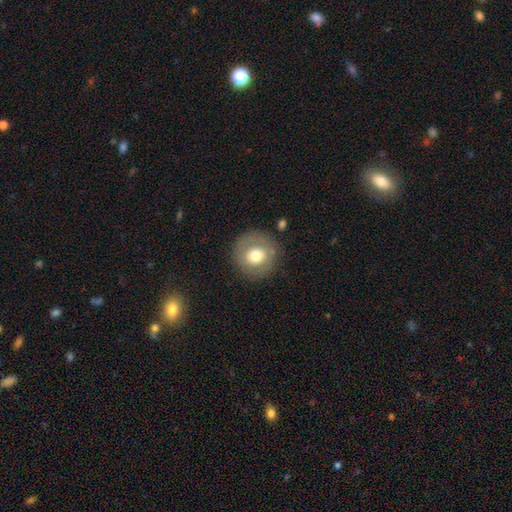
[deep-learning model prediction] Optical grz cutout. It shows a smooth galaxy with no disk features (65%) that is round (92%). Merging: none (84%).